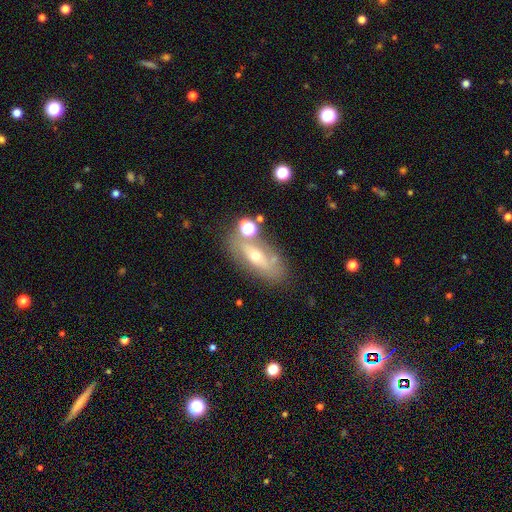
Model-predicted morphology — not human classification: This appears to be a featured or disk galaxy (54%). Merging: none (64%).